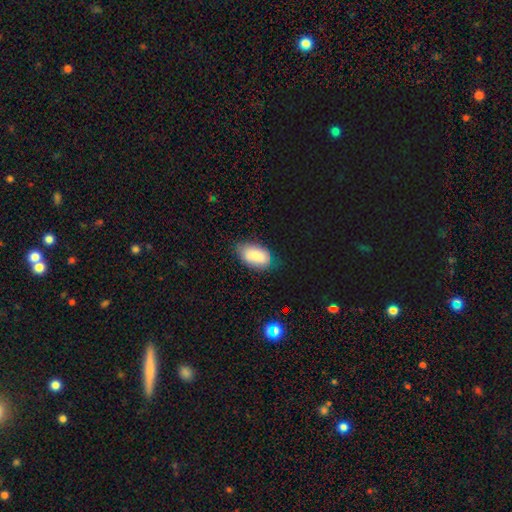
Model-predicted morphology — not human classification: smooth_or_featured: smooth (p=0.84) [alt: featured or disk p=0.09]
how_rounded: in between (p=0.93) [alt: round p=0.05]
merging: none (p=0.75) [alt: minor disturbance p=0.20]